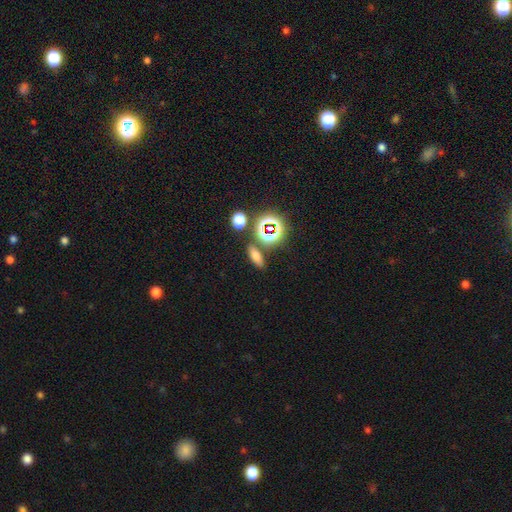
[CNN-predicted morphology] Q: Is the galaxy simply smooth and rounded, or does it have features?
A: smooth — 59%.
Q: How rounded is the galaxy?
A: in between — 54%.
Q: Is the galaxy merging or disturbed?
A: none — 79%.